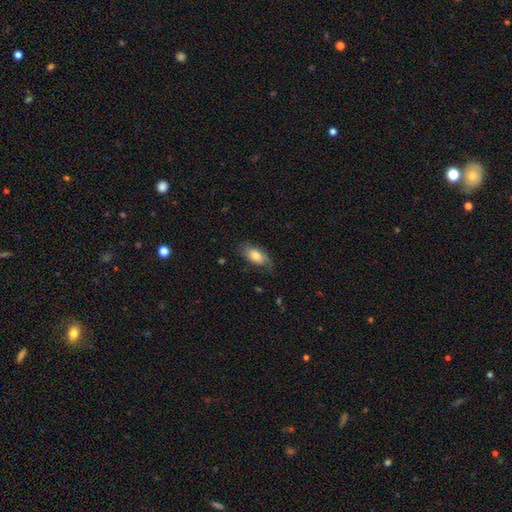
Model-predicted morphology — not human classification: Smooth or featured?
  - smooth: 65% *
  - featured or disk: 29%
  - star or artifact: 7%
How rounded?
  - in between: 88% *
  - cigar-shaped: 8%
  - round: 4%
Merging?
  - none: 62% *
  - minor disturbance: 27%
  - major disturbance: 10%
  - merger: 1%